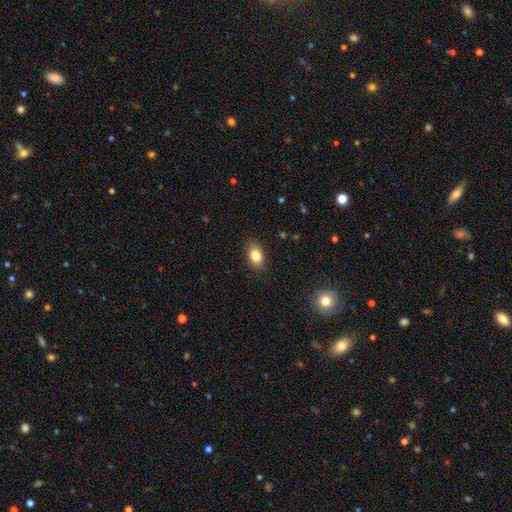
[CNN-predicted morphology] smooth 82%, featured or disk 9%, star or artifact 8%. Down the decision tree: how rounded — in between (87%); merging — none (87%).